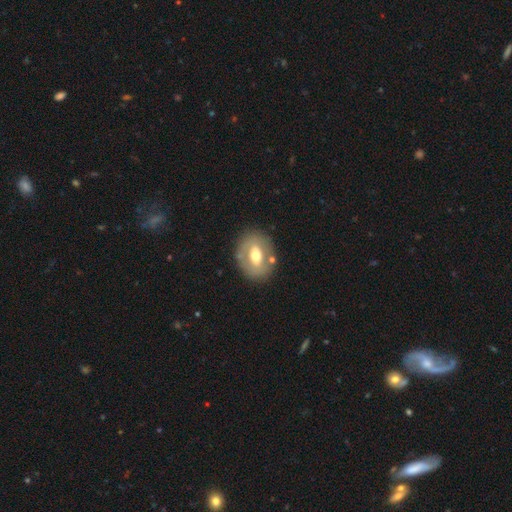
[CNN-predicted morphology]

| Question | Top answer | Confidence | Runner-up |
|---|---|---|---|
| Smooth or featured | smooth | 47% | featured or disk (46%) |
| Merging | none | 77% | minor disturbance (13%) |